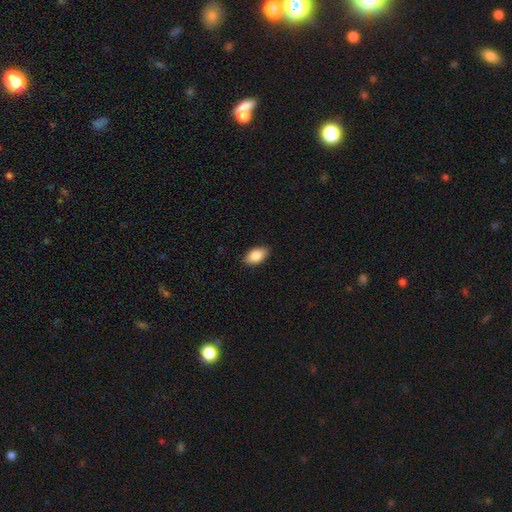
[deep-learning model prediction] smooth-or-featured: smooth: 85% | featured or disk: 8% | star or artifact: 7%
  how-rounded: in between: 93% | round: 5% | cigar-shaped: 2%
  merging: none: 88% | minor disturbance: 9% | major disturbance: 2% | merger: 1%